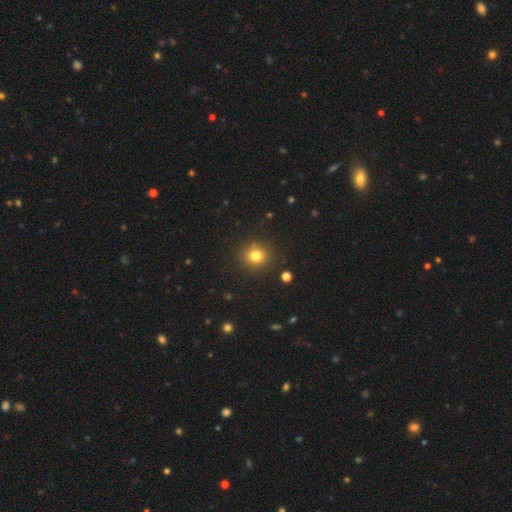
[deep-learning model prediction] A smooth galaxy with no disk features (79%) that is round (89%).

Vote fractions:
- Smooth or featured? smooth: 79% / star or artifact: 15% / featured or disk: 6%
- How rounded? round: 89% / in between: 10% / cigar-shaped: 1%
- Merging? none: 87% / minor disturbance: 7% / merger: 3% / major disturbance: 3%